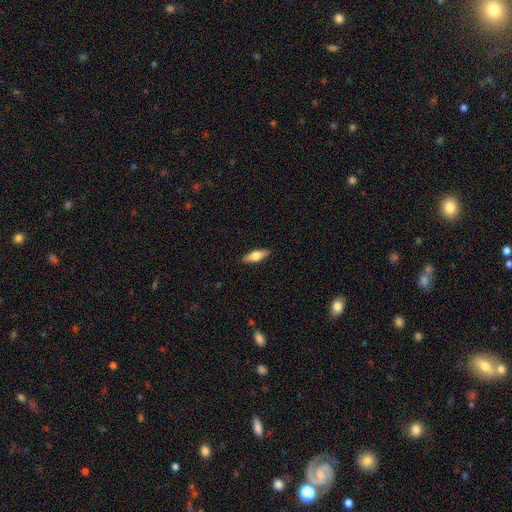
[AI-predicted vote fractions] A smooth galaxy with no disk features (60%) that is in between round and cigar-shaped (59%).

Vote fractions:
- Smooth or featured? smooth: 60% / featured or disk: 34% / star or artifact: 6%
- How rounded? in between: 59% / cigar-shaped: 38% / round: 3%
- Merging? none: 89% / minor disturbance: 8% / major disturbance: 2% / merger: 1%